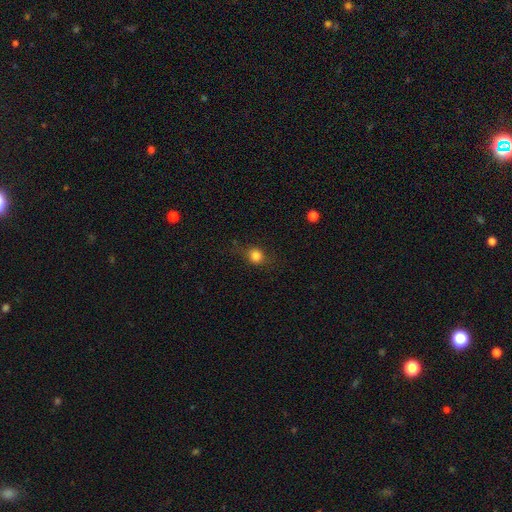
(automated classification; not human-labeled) smooth 80%, star or artifact 11%, featured or disk 9%. Down the decision tree: how rounded — round (75%); merging — none (74%).